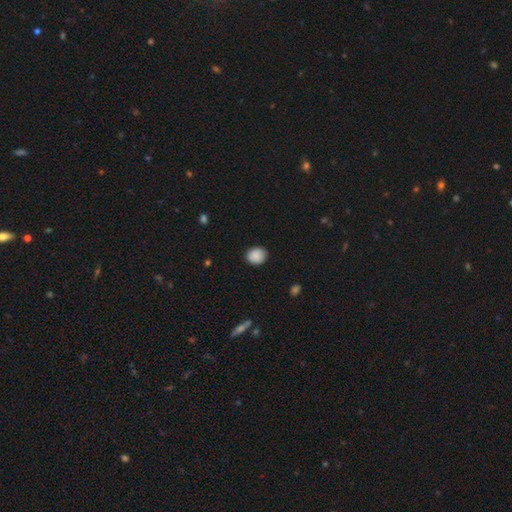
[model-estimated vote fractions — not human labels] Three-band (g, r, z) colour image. It shows a smooth galaxy with no disk features (88%) that is round (70%). Merging: none (85%).